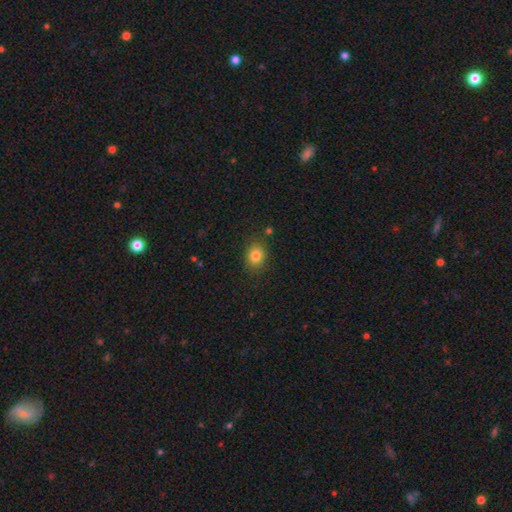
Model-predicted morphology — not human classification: Smooth or featured? smooth (83%)
How rounded? round (53%)
Merging? none (84%)